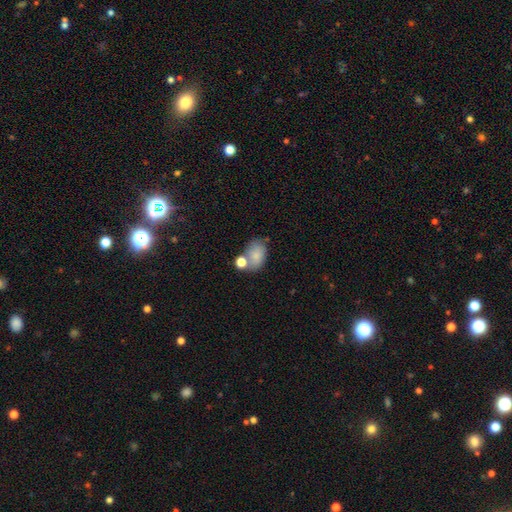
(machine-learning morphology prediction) Smooth or featured? Predicted: smooth (p=0.78). How rounded? Predicted: in between (p=0.78). Merging? Predicted: none (p=0.47).